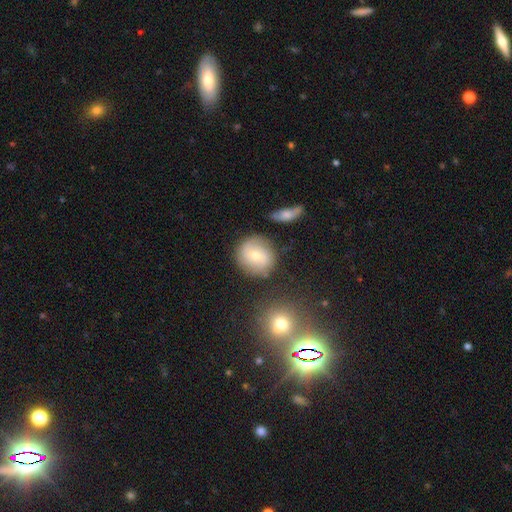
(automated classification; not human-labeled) smooth-or-featured: smooth: 51% | featured or disk: 41% | star or artifact: 9%
  how-rounded: round: 84% | in between: 15% | cigar-shaped: 1%
  merging: none: 76% | minor disturbance: 14% | merger: 5% | major disturbance: 4%